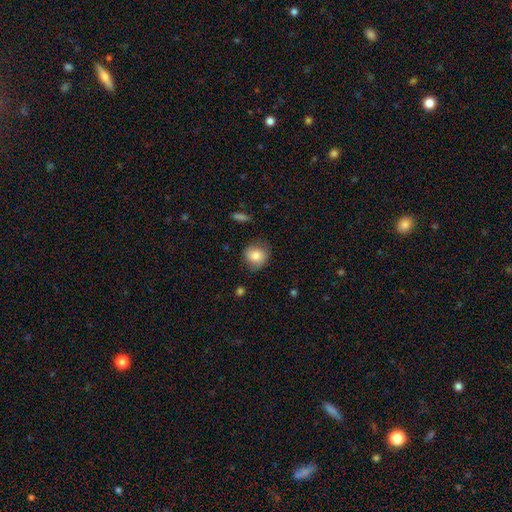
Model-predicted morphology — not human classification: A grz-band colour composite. It shows a smooth galaxy with no disk features (80%) that is round (76%). Merging: none (71%).